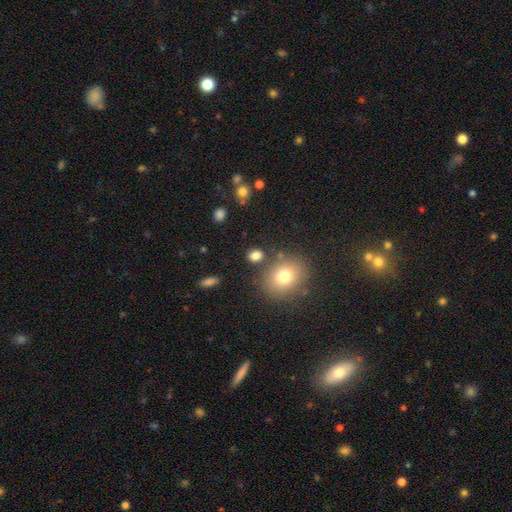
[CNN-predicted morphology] Smooth or featured? smooth (80%)
How rounded? round (55%)
Merging? none (78%)